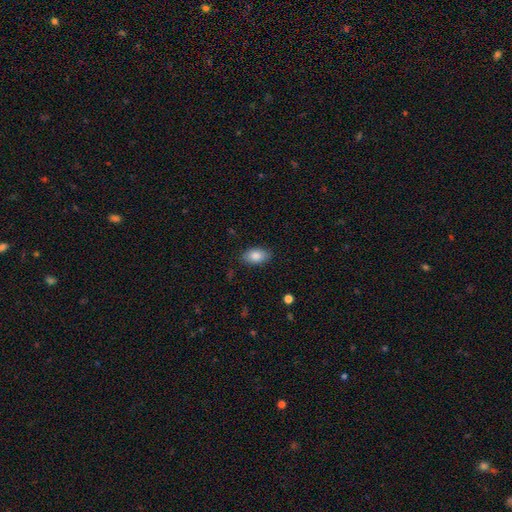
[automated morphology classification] smooth-or-featured: smooth: 86% | featured or disk: 7% | star or artifact: 7%
  how-rounded: in between: 92% | round: 6% | cigar-shaped: 2%
  merging: none: 85% | minor disturbance: 11% | major disturbance: 3% | merger: 1%